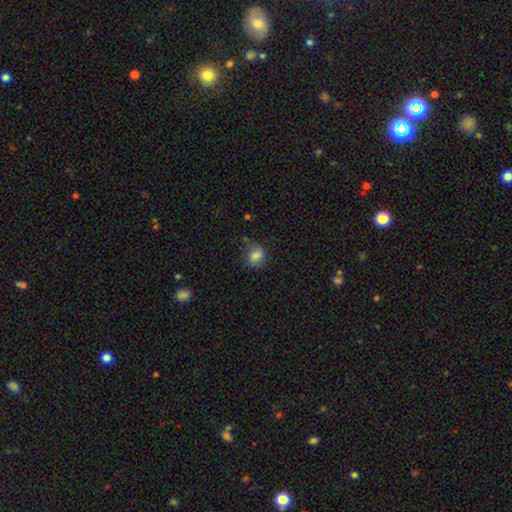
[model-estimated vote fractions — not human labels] Overall: smooth (81%). How rounded: round (64%; in between 35%). Merging: none (68%).